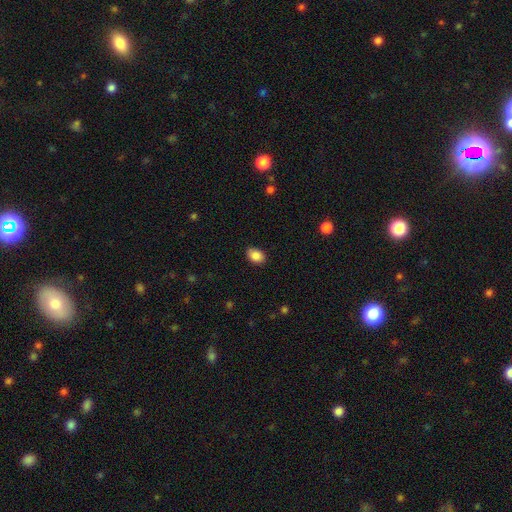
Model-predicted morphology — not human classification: Q: Smooth or featured?
A: smooth (88%); runner-up: star or artifact (8%)
Q: How rounded?
A: in between (76%); runner-up: round (23%)
Q: Merging?
A: none (86%); runner-up: minor disturbance (10%)